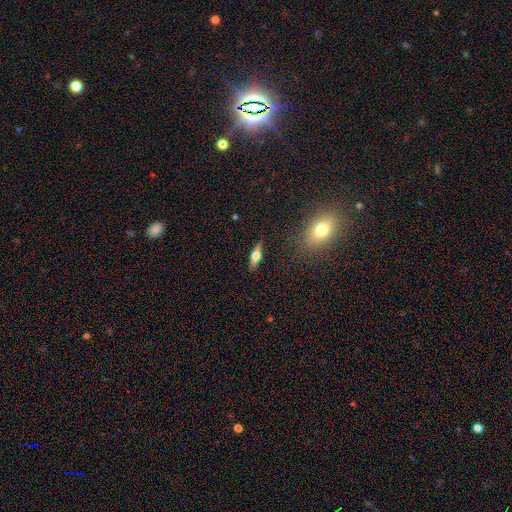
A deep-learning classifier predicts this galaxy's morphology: type=featured or disk (51%); edge-on=yes (92%); merging=none (87%).